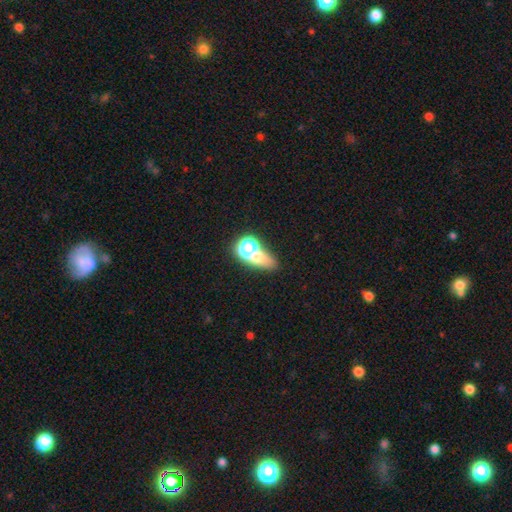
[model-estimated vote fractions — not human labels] The model was most divided on "merging": none: 39%, merger: 37%, minor disturbance: 13%, major disturbance: 11%. More confident: smooth or featured — smooth (57%); how rounded — in between (54%).